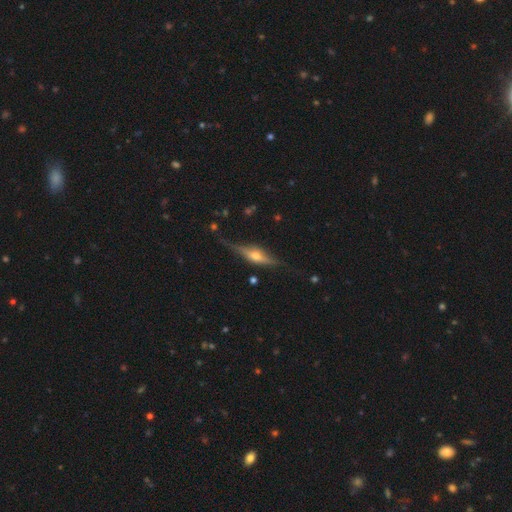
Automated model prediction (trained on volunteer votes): Smooth or featured: featured or disk — 76% (smooth — 17%)
Edge-on disk: yes — 96% (no — 4%)
Edge-on bulge: rounded — 90% (boxy — 7%)
Merging: none — 78% (minor disturbance — 15%)